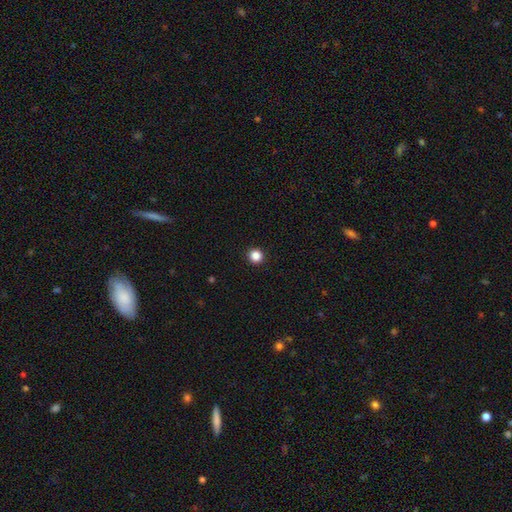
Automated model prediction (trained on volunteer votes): Q: Smooth or featured?
A: smooth (86%); runner-up: star or artifact (11%)
Q: How rounded?
A: round (95%); runner-up: in between (4%)
Q: Merging?
A: none (94%); runner-up: minor disturbance (4%)